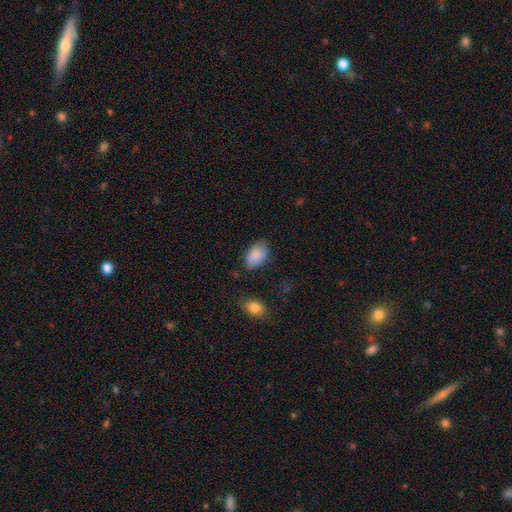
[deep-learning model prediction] Smooth or featured? smooth (86%)
How rounded? in between (91%)
Merging? none (66%)